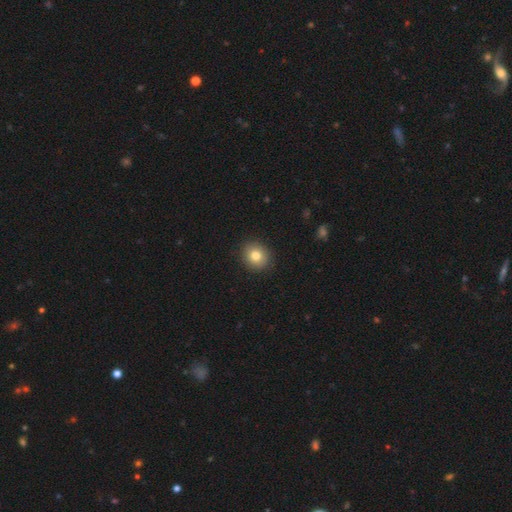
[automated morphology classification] A smooth galaxy with no disk features (80%) that is round (84%).

Vote fractions:
- Smooth or featured? smooth: 80% / star or artifact: 10% / featured or disk: 9%
- How rounded? round: 84% / in between: 15% / cigar-shaped: 1%
- Merging? none: 91% / minor disturbance: 6% / major disturbance: 2% / merger: 1%